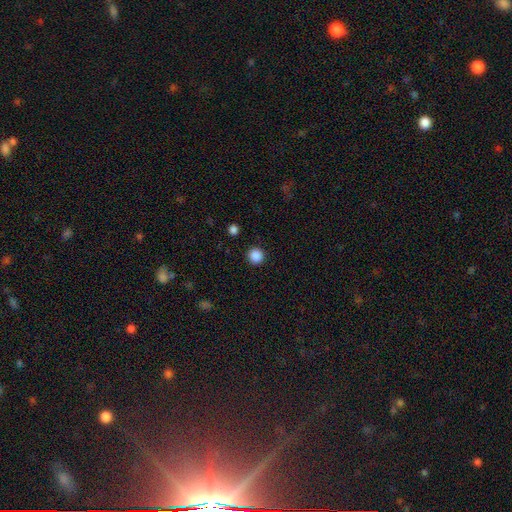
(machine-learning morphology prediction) smooth_or_featured: smooth (p=0.87) [alt: star or artifact p=0.10]
how_rounded: round (p=0.95) [alt: in between p=0.04]
merging: none (p=0.93) [alt: minor disturbance p=0.04]